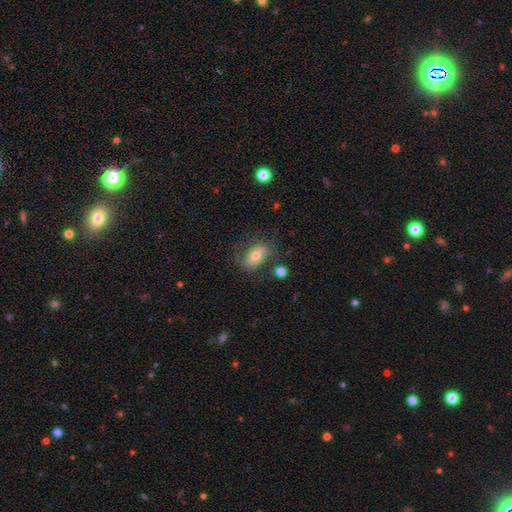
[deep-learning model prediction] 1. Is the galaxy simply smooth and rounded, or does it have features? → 56% smooth, 35% featured or disk, 9% star or artifact.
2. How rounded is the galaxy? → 82% in between, 16% round, 2% cigar-shaped.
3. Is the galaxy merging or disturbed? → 63% none, 21% minor disturbance, 12% major disturbance, 4% merger.